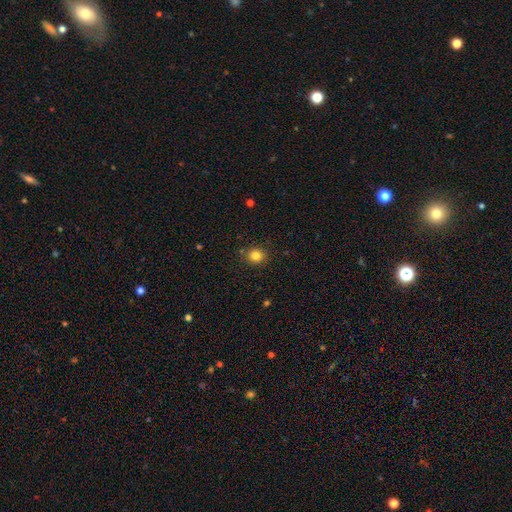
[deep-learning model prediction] Q: Smooth or featured?
A: smooth (82%); runner-up: star or artifact (12%)
Q: How rounded?
A: round (82%); runner-up: in between (17%)
Q: Merging?
A: none (86%); runner-up: minor disturbance (9%)